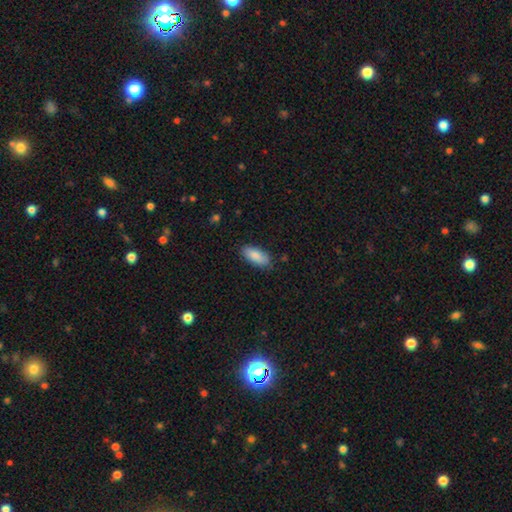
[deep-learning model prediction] smooth-or-featured: smooth: 88% | featured or disk: 6% | star or artifact: 6%
  how-rounded: in between: 86% | cigar-shaped: 12% | round: 2%
  merging: none: 83% | minor disturbance: 13% | major disturbance: 2% | merger: 1%